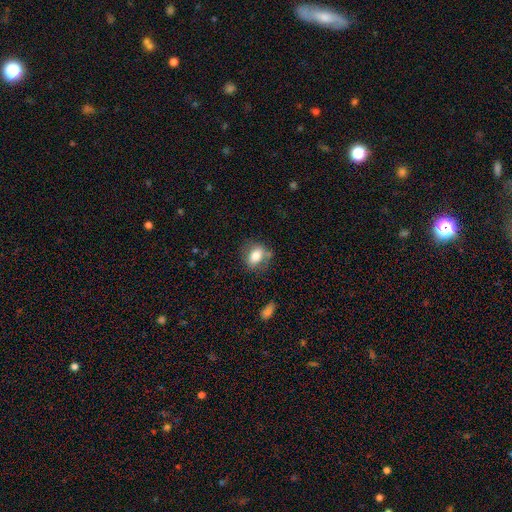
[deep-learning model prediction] Morphology: type=smooth (75%); roundness=in between (66%); merging=none (65%).